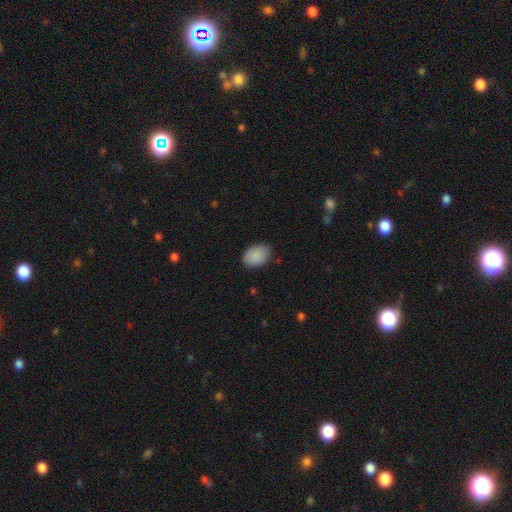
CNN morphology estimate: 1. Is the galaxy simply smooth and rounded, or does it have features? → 89% smooth, 7% star or artifact, 4% featured or disk.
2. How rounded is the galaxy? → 80% in between, 19% round, 1% cigar-shaped.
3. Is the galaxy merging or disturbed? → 82% none, 14% minor disturbance, 3% major disturbance, 1% merger.